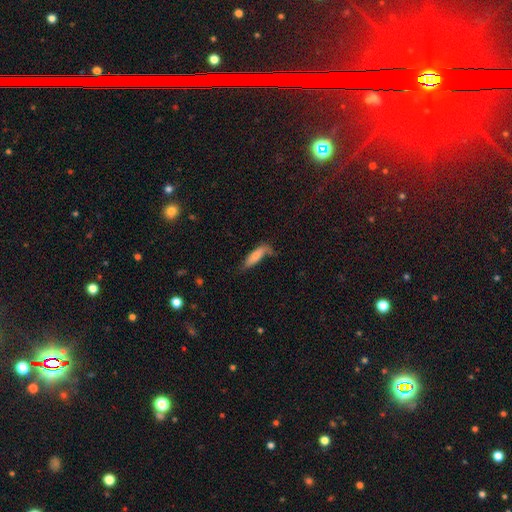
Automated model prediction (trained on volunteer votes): This appears to be a smooth galaxy with no disk features (69%) that is cigar-shaped (51%). Merging: none (47%).